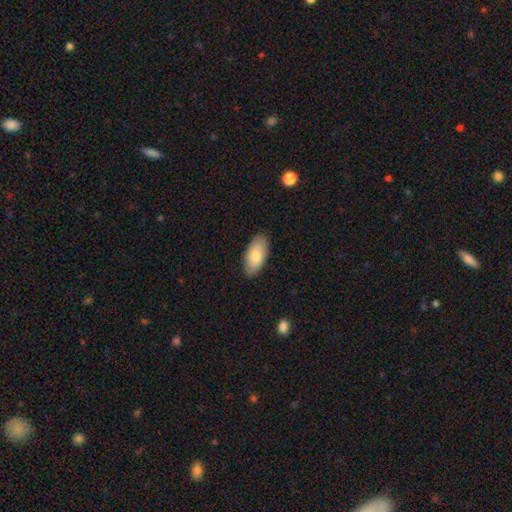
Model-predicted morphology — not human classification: Q: Smooth or featured?
A: smooth (80%); runner-up: featured or disk (14%)
Q: How rounded?
A: in between (93%); runner-up: cigar-shaped (5%)
Q: Merging?
A: none (88%); runner-up: minor disturbance (9%)